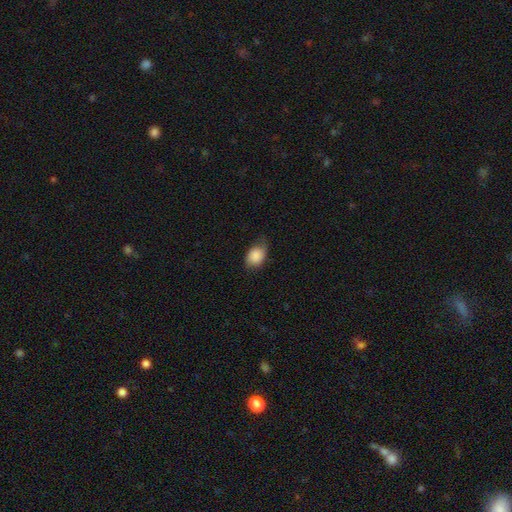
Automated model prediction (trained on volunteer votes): Smooth or featured: smooth — 85% (featured or disk — 8%)
How rounded: in between — 75% (round — 24%)
Merging: none — 60% (minor disturbance — 31%)